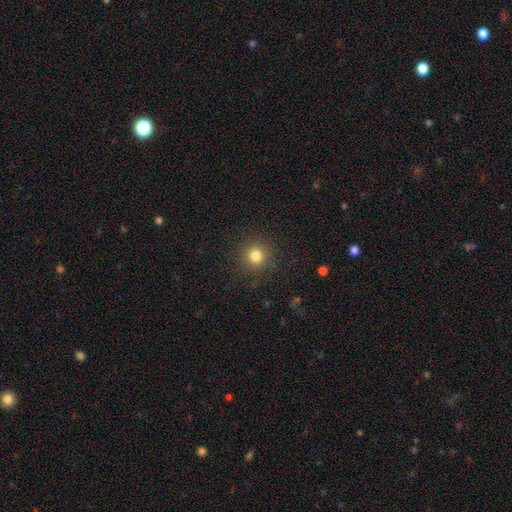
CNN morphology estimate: smooth_or_featured: smooth (p=0.81) [alt: star or artifact p=0.13]
how_rounded: round (p=0.94) [alt: in between p=0.05]
merging: none (p=0.90) [alt: minor disturbance p=0.06]